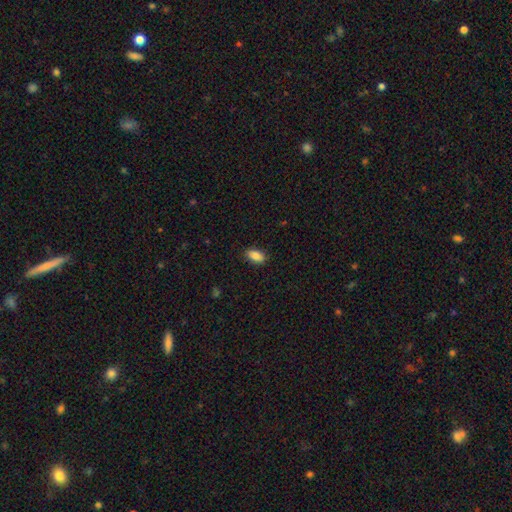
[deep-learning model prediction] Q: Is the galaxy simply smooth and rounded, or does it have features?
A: smooth — 86%.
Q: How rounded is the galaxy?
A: in between — 91%.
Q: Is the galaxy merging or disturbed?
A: none — 87%.